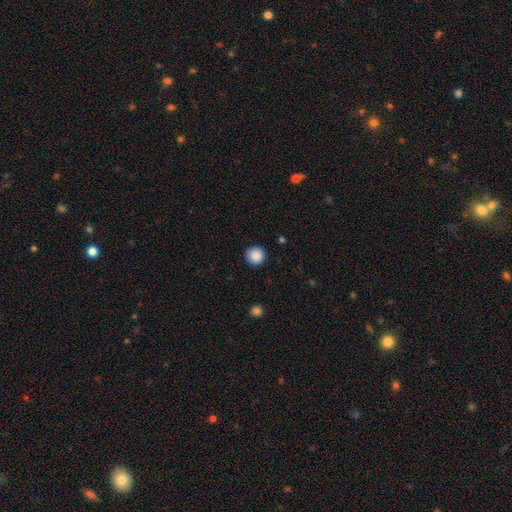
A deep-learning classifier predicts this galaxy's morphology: smooth-or-featured: smooth: 88% | star or artifact: 9% | featured or disk: 3%
  how-rounded: round: 95% | in between: 4% | cigar-shaped: 1%
  merging: none: 92% | minor disturbance: 5% | major disturbance: 2% | merger: 1%